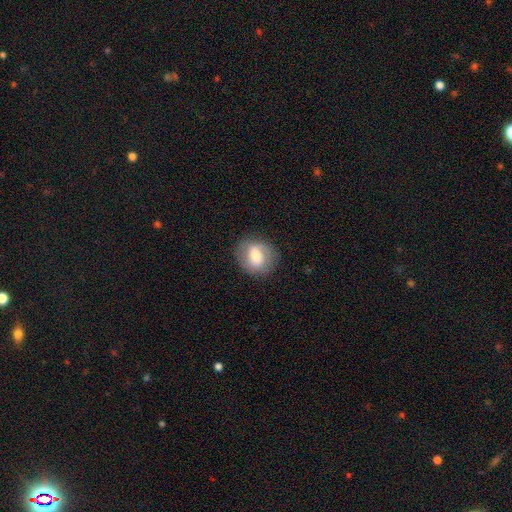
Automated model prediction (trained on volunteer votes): A smooth galaxy with no disk features (55%) that is round (69%).

Vote fractions:
- Smooth or featured? smooth: 55% / featured or disk: 37% / star or artifact: 8%
- How rounded? round: 69% / in between: 30% / cigar-shaped: 1%
- Merging? none: 82% / minor disturbance: 13% / major disturbance: 5% / merger: 1%